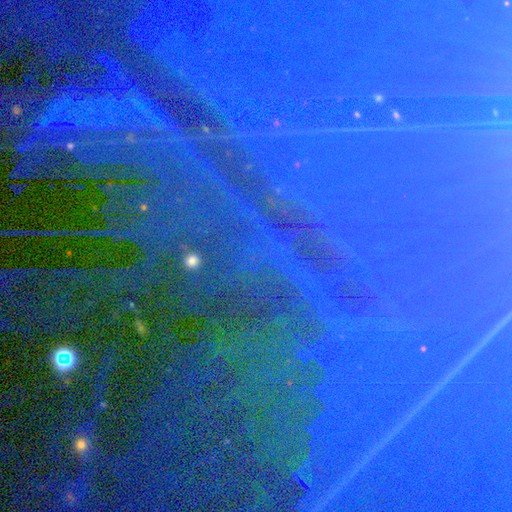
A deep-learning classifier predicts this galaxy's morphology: This is clearly a star or artifact rather than a galaxy (87%).